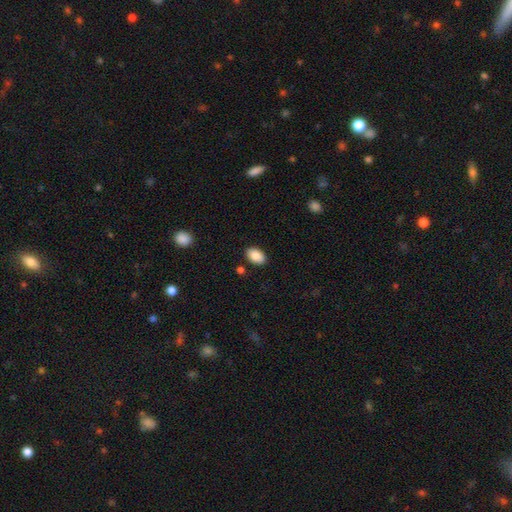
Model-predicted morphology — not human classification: Smooth or featured? smooth (88%)
How rounded? in between (91%)
Merging? none (87%)